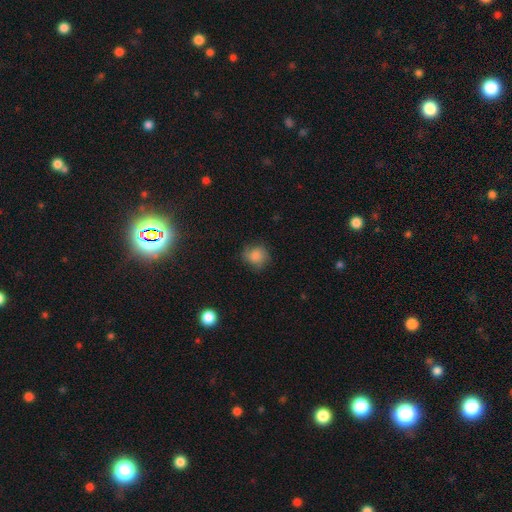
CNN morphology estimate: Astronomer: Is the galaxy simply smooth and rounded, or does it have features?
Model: smooth — 78%.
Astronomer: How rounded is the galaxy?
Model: round — 82%.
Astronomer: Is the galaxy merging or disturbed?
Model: none — 69%.